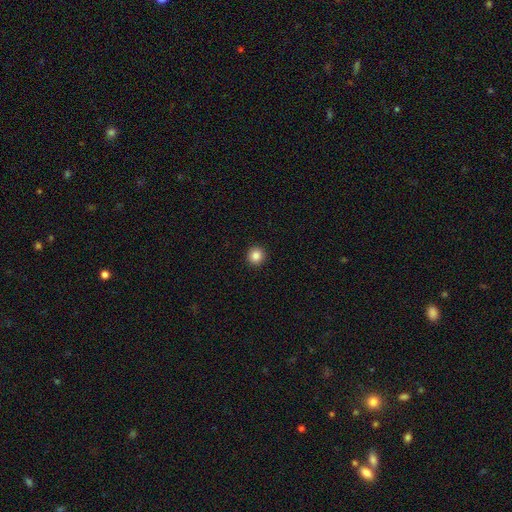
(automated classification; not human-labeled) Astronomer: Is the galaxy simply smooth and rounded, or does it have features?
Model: smooth — 86%.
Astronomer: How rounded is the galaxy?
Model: round — 94%.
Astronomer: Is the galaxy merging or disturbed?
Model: none — 93%.